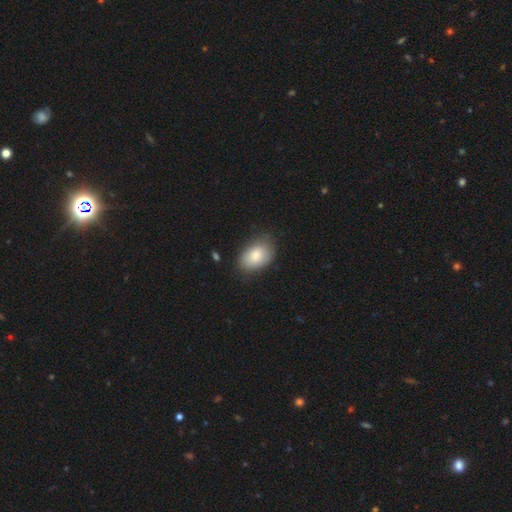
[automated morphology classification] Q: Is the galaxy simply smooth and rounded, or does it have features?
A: smooth — 85%.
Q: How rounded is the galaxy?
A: in between — 89%.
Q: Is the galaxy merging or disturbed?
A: none — 75%.